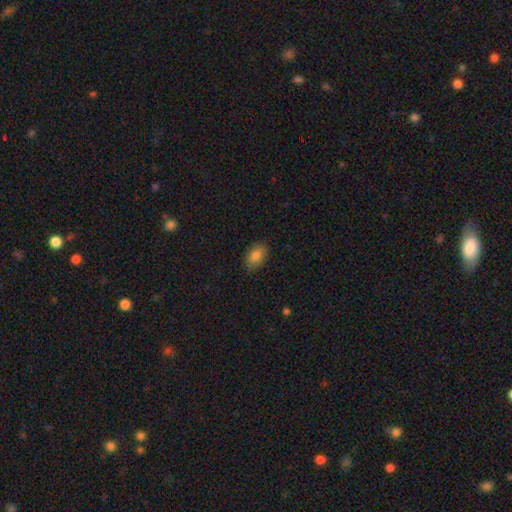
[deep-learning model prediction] Smooth or featured? smooth (81%)
How rounded? in between (89%)
Merging? none (81%)